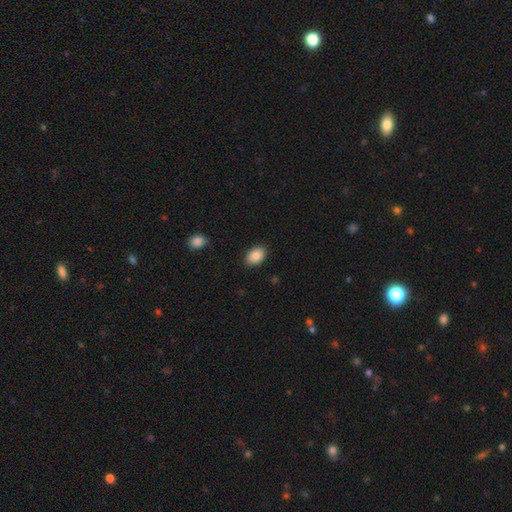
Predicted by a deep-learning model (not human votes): Smooth or featured?
  - smooth: 90% *
  - star or artifact: 7%
  - featured or disk: 3%
How rounded?
  - in between: 85% *
  - round: 13%
  - cigar-shaped: 1%
Merging?
  - none: 87% *
  - minor disturbance: 10%
  - major disturbance: 2%
  - merger: 1%